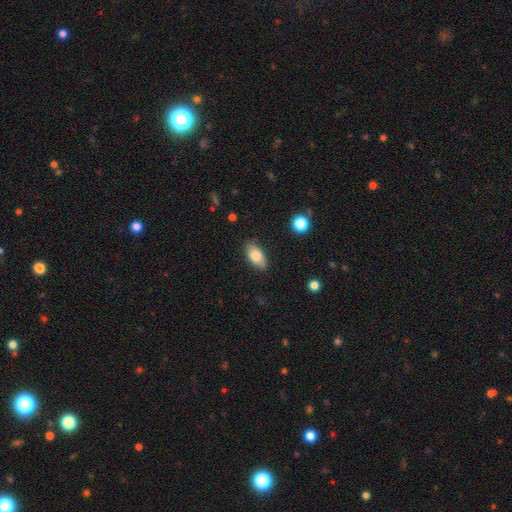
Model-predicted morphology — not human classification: Smooth or featured: smooth — 78% (featured or disk — 16%)
How rounded: in between — 91% (cigar-shaped — 6%)
Merging: none — 85% (minor disturbance — 12%)